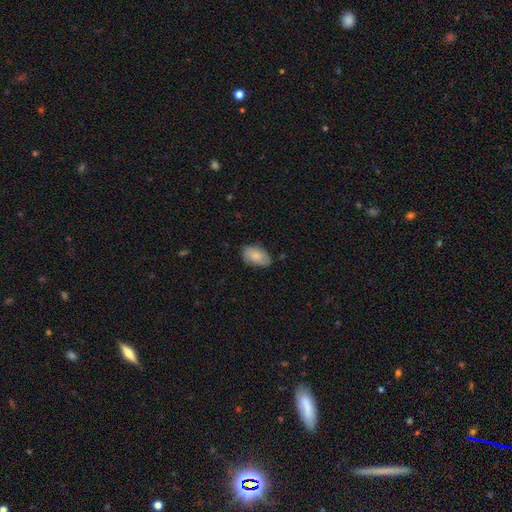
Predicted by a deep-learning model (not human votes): Morphology: type=smooth (80%); roundness=in between (93%); merging=none (72%).